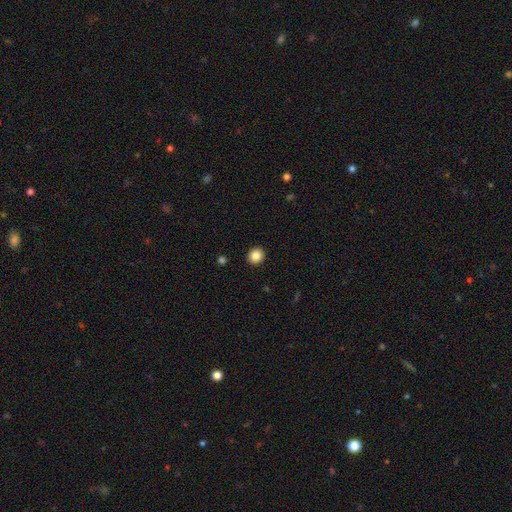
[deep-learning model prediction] A smooth galaxy with no disk features (86%) that is round (87%). Merging: none (93%).